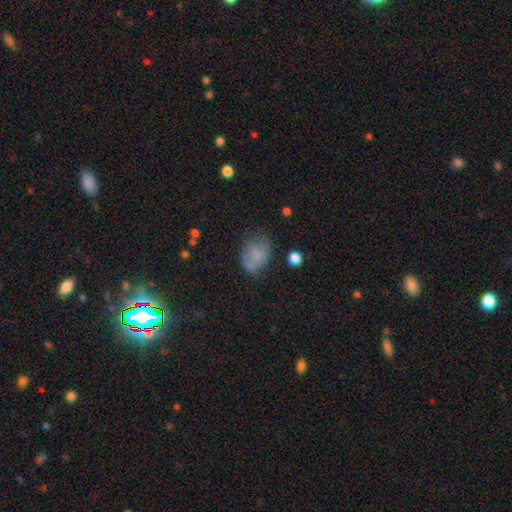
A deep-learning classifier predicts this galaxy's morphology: Overall: smooth (72%). How rounded: in between (73%). Merging: none (51%; minor disturbance 30%).